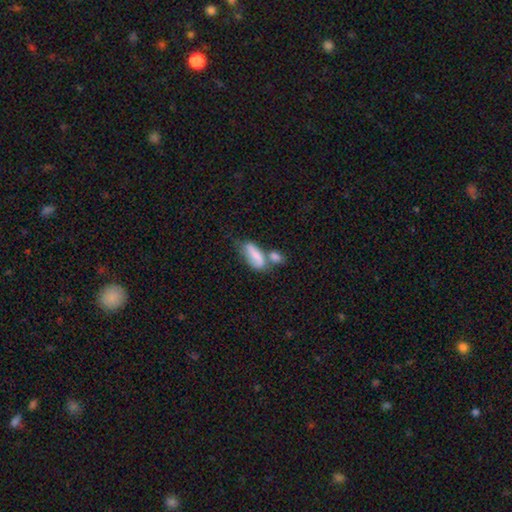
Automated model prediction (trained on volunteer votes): smooth 72%, featured or disk 21%, star or artifact 7%. Down the decision tree: how rounded — in between (76%); merging — merger (53%).